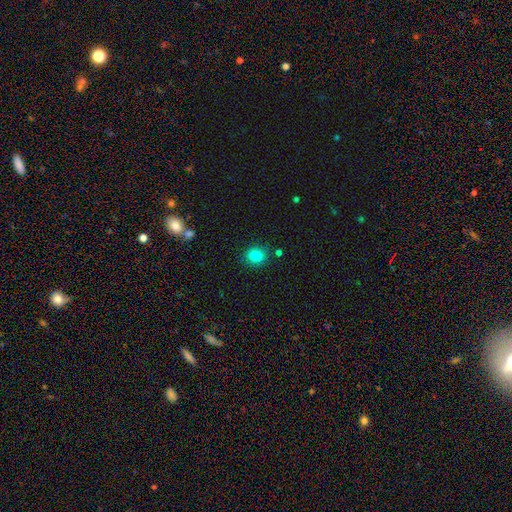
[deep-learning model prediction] smooth 84%, star or artifact 11%, featured or disk 5%. Down the decision tree: how rounded — round (75%); merging — none (85%).